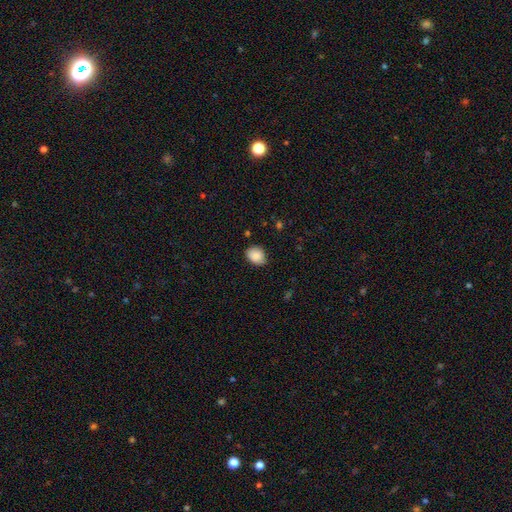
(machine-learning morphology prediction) Smooth or featured? smooth (87%)
How rounded? in between (57%)
Merging? none (76%)